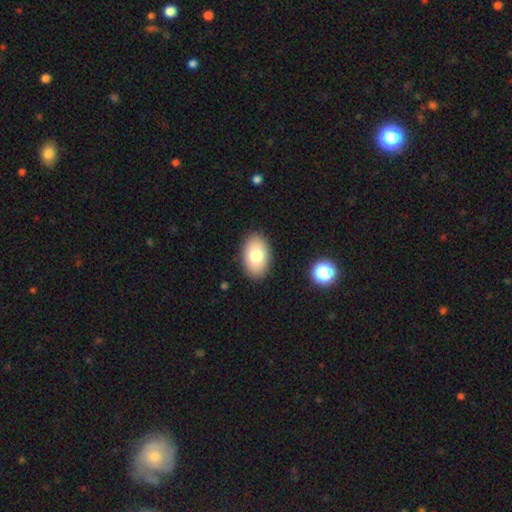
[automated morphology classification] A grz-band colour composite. It shows a smooth galaxy with no disk features (78%) that is in between round and cigar-shaped (90%). Merging: none (88%).